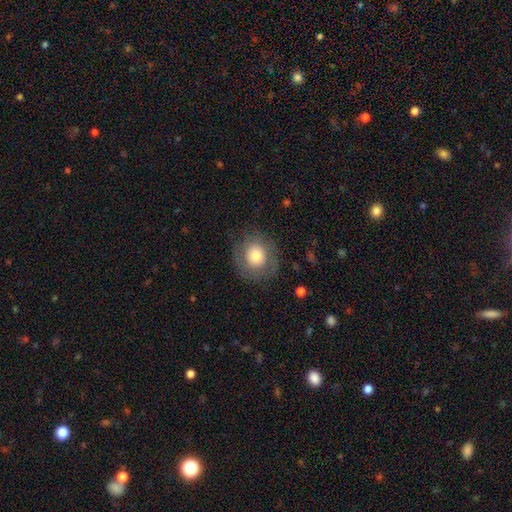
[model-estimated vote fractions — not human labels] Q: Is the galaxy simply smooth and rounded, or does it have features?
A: smooth — 71%.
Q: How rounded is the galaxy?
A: round — 84%.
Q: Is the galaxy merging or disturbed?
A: none — 80%.